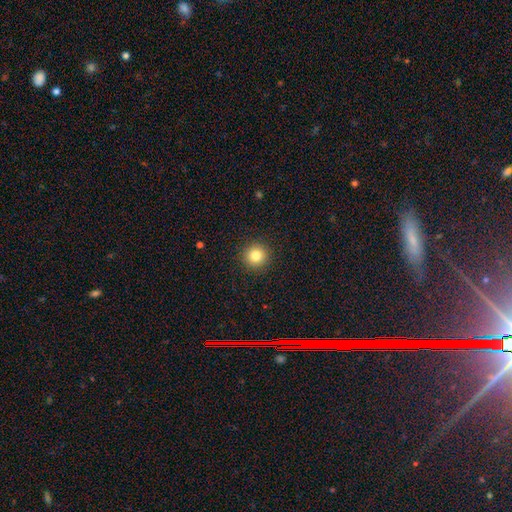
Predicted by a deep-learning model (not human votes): Q: Smooth or featured?
A: smooth (82%); runner-up: star or artifact (12%)
Q: How rounded?
A: round (95%); runner-up: in between (4%)
Q: Merging?
A: none (92%); runner-up: minor disturbance (5%)